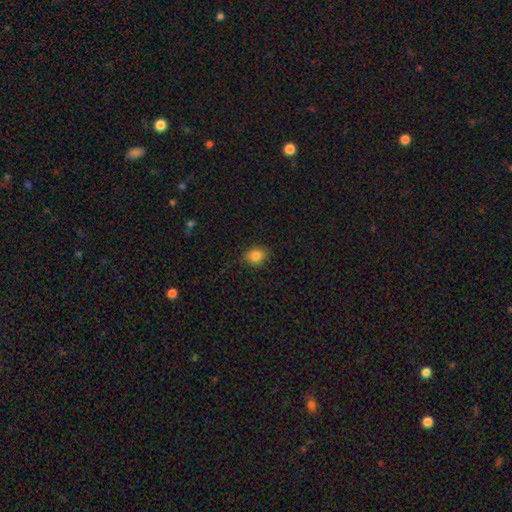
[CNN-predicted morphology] The model was most divided on "how rounded": in between: 50%, round: 49%, cigar-shaped: 1%. More confident: merging — none (87%); smooth or featured — smooth (83%).